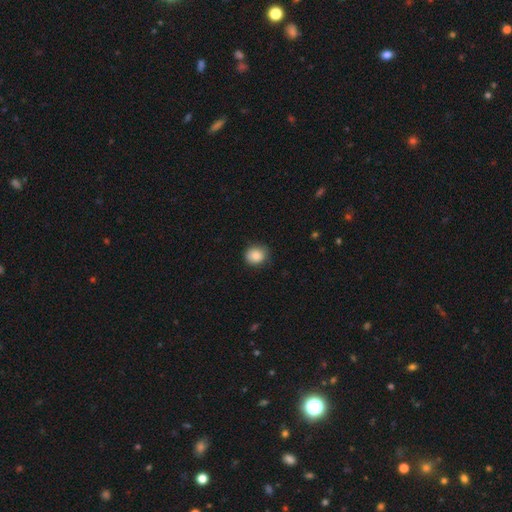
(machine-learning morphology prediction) This is clearly a smooth galaxy (85%). How rounded: likely round (74%). Merging: likely none (79%).